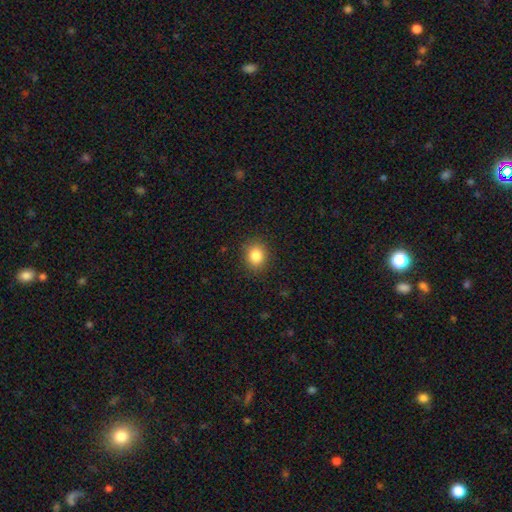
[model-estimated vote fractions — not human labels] smooth 84%, star or artifact 10%, featured or disk 6%. Down the decision tree: how rounded — round (64%); merging — none (89%).